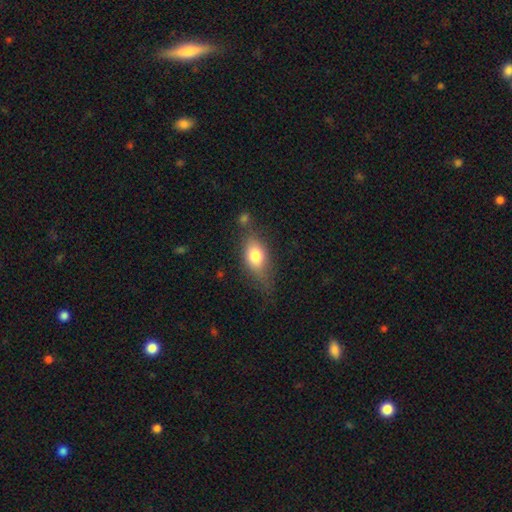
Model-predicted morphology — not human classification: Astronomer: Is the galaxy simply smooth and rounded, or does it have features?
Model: smooth — 74%.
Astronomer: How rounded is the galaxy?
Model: in between — 78%.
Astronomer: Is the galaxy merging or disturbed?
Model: none — 59%.